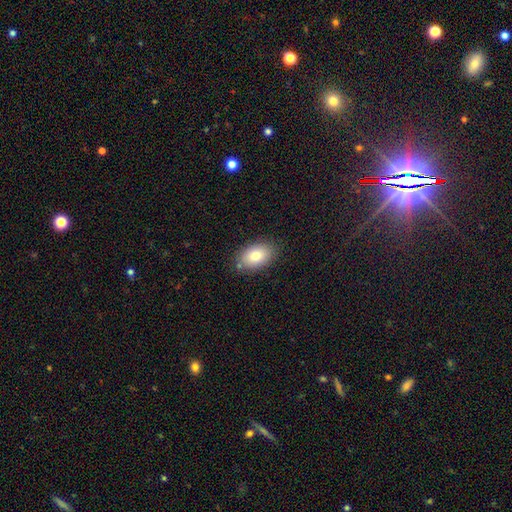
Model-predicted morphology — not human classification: Smooth or featured? Predicted: smooth (p=0.81). How rounded? Predicted: in between (p=0.88). Merging? Predicted: none (p=0.83).